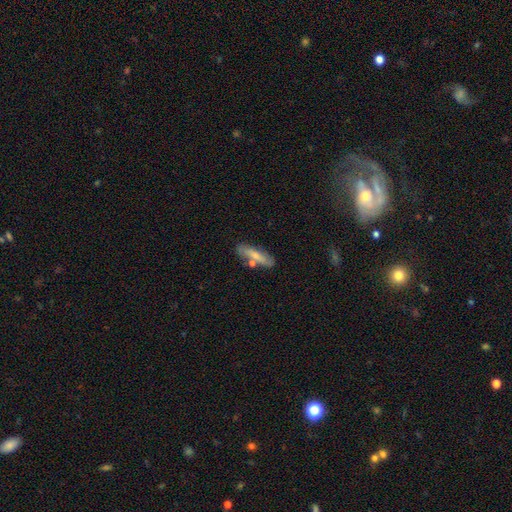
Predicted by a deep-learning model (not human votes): This is likely a smooth galaxy (66%). How rounded: likely cigar-shaped (70%). Merging: likely none (73%).